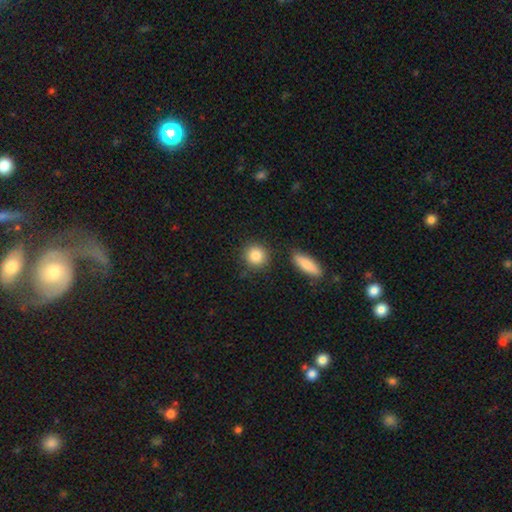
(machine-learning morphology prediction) This is clearly a smooth galaxy (87%). How rounded: clearly round (86%). Merging: clearly none (82%).